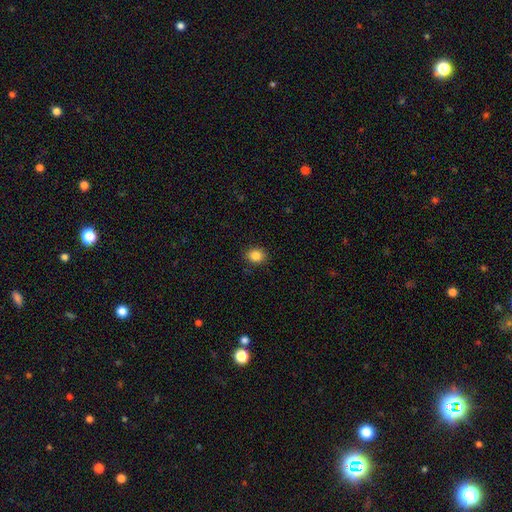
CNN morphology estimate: A smooth galaxy with no disk features (86%) that is round (61%).

Vote fractions:
- Smooth or featured? smooth: 86% / star or artifact: 10% / featured or disk: 4%
- How rounded? round: 61% / in between: 38% / cigar-shaped: 1%
- Merging? none: 88% / minor disturbance: 9% / major disturbance: 2% / merger: 1%